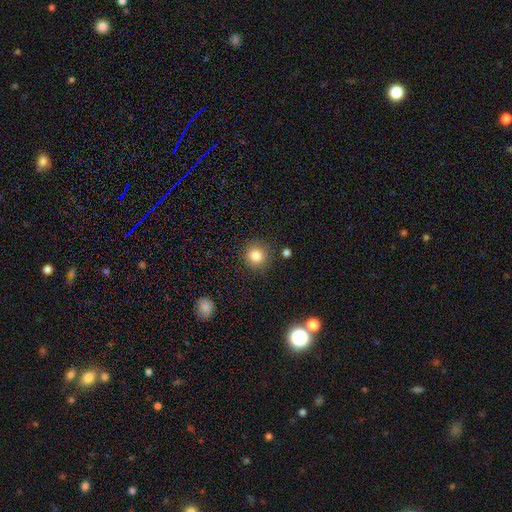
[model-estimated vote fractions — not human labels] Smooth or featured? Predicted: smooth (p=0.84). How rounded? Predicted: round (p=0.92). Merging? Predicted: none (p=0.87).